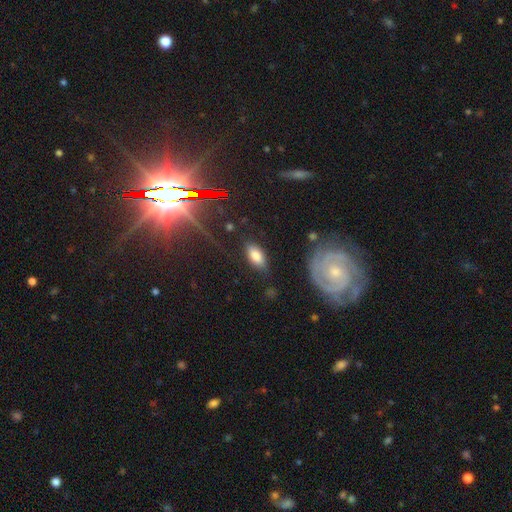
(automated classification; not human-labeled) Smooth or featured? smooth (78%)
How rounded? in between (89%)
Merging? none (78%)